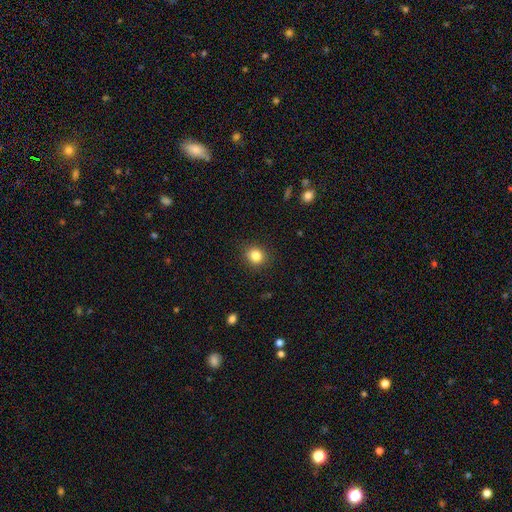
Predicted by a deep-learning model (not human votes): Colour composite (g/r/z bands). It shows a smooth galaxy with no disk features (84%) that is round (82%). Merging: none (89%).